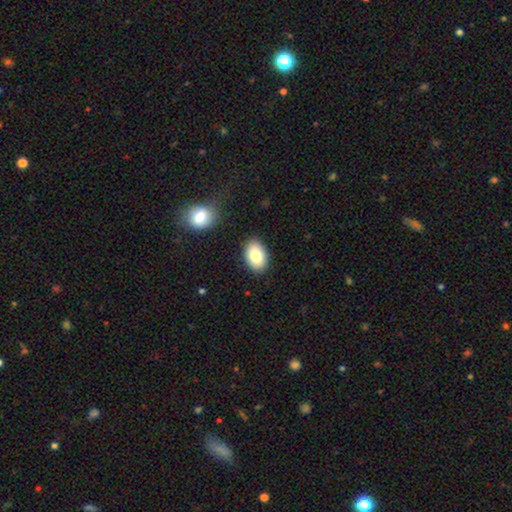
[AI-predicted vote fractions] smooth 81%, featured or disk 11%, star or artifact 8%. Down the decision tree: how rounded — in between (88%); merging — none (87%).